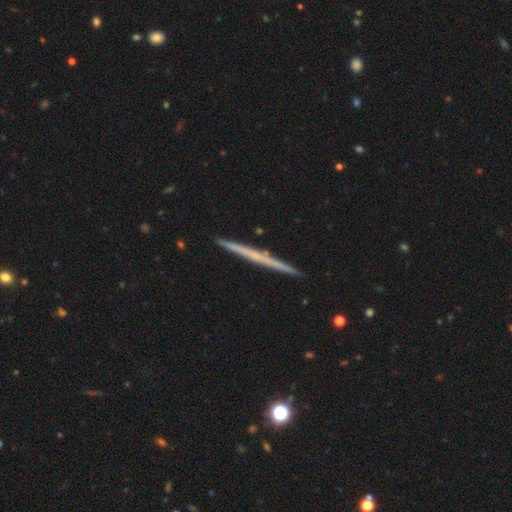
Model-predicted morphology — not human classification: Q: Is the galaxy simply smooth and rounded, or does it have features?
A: featured or disk — 61%.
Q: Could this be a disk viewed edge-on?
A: yes — 98%.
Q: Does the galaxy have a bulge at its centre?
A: none — 86%.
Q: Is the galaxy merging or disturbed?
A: none — 92%.